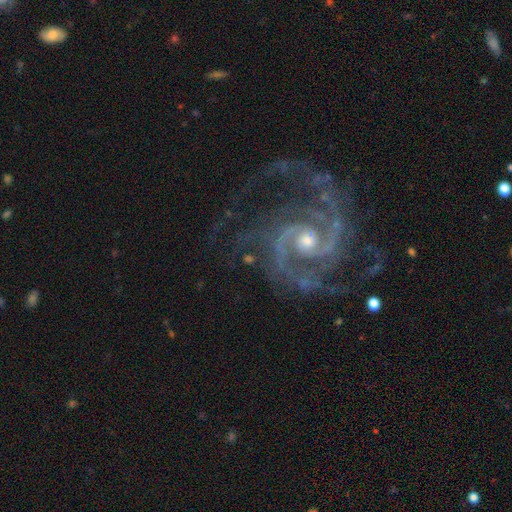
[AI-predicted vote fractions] featured or disk 93%, star or artifact 5%, smooth 2%. Down the decision tree: edge-on disk — no (98%); bar — no (48%); spiral arms — yes (99%); spiral arm count — 2 (78%); spiral winding — medium (57%); bulge size — moderate (51%); merging — none (68%).